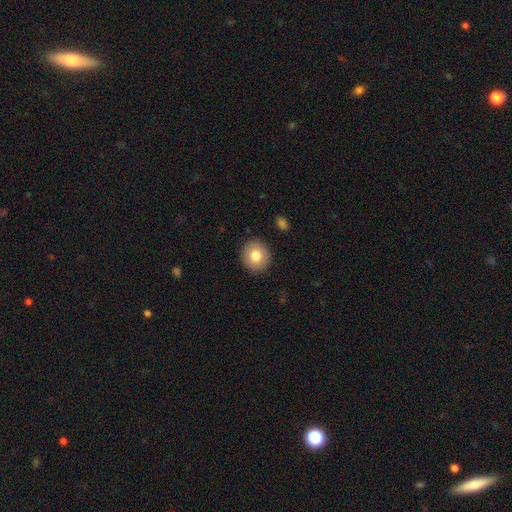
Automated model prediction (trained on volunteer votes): Overall: smooth (78%). How rounded: round (86%). Merging: none (90%).